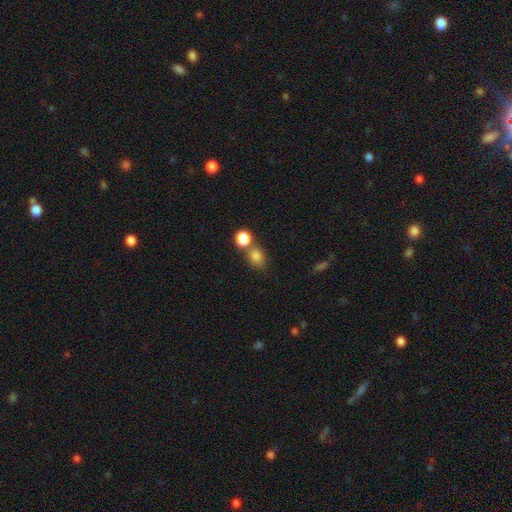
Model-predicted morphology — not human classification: Overall: smooth (81%). How rounded: round (53%; in between 45%). Merging: none (50%; merger 36%).